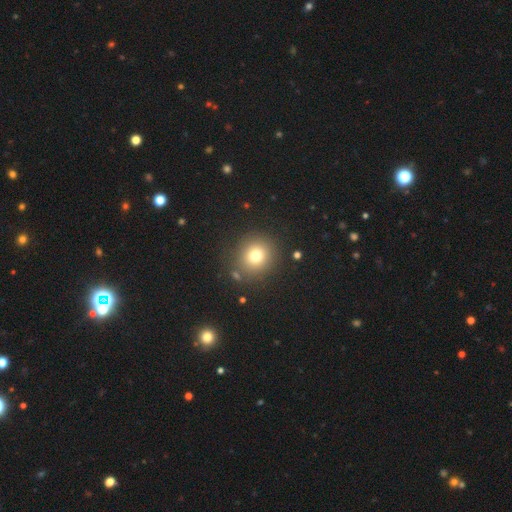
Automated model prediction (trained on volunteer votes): Smooth or featured? smooth (75%)
How rounded? round (88%)
Merging? none (85%)